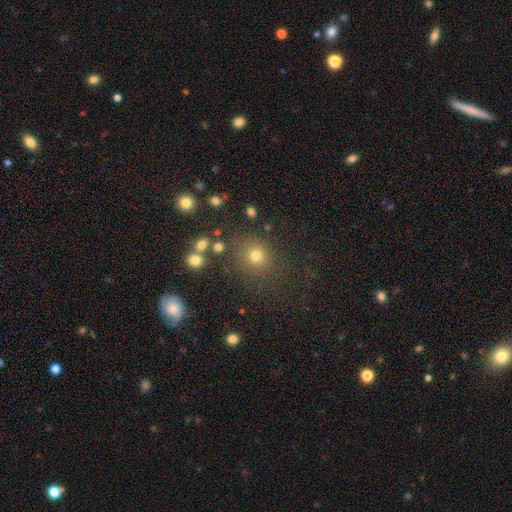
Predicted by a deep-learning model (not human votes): Q: Smooth or featured?
A: smooth (74%); runner-up: star or artifact (18%)
Q: How rounded?
A: round (87%); runner-up: in between (12%)
Q: Merging?
A: none (78%); runner-up: minor disturbance (11%)